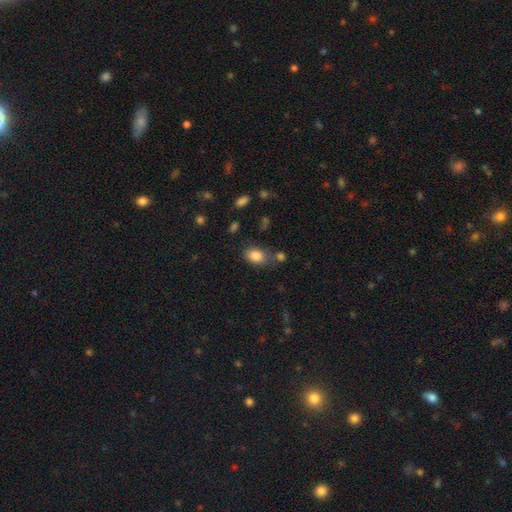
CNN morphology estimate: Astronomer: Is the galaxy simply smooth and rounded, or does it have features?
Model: smooth — 85%.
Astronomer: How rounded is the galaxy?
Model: in between — 79%.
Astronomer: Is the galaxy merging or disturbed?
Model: none — 68%.